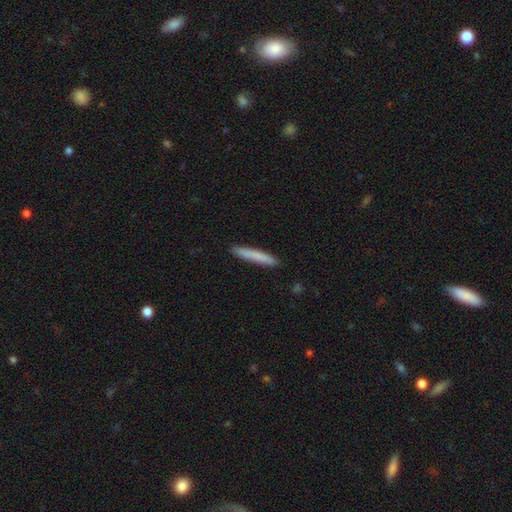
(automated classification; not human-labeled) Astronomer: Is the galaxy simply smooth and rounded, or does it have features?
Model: smooth — 80%.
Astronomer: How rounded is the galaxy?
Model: cigar-shaped — 95%.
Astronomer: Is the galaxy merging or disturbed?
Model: none — 91%.